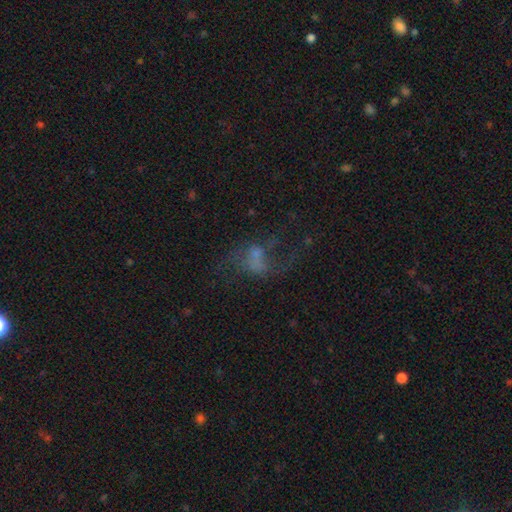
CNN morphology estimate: Smooth or featured?
  - featured or disk: 54% *
  - smooth: 26%
  - star or artifact: 20%
Edge-on disk?
  - no: 97% *
  - yes: 3%
Bar?
  - no: 65% *
  - weak: 27%
  - strong: 8%
Spiral arms?
  - yes: 57% *
  - no: 43%
Bulge size?
  - none: 39% *
  - small: 34%
  - moderate: 19%
  - large: 5%
  - dominant: 2%
Merging?
  - none: 38% *
  - major disturbance: 37%
  - minor disturbance: 15%
  - merger: 10%